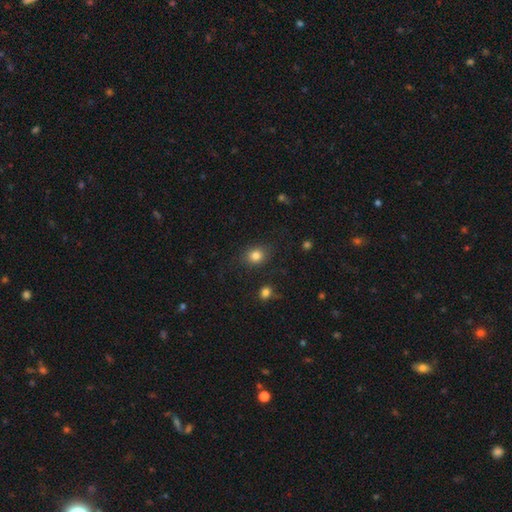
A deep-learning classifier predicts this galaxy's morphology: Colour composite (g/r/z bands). It shows a smooth galaxy with no disk features (82%) that is round (62%). Merging: none (81%).